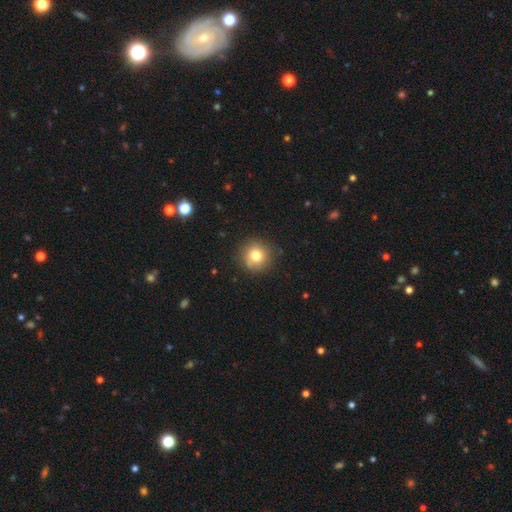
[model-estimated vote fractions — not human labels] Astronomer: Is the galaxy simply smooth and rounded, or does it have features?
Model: smooth — 77%.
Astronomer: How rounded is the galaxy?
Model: round — 94%.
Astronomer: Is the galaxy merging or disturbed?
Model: none — 84%.